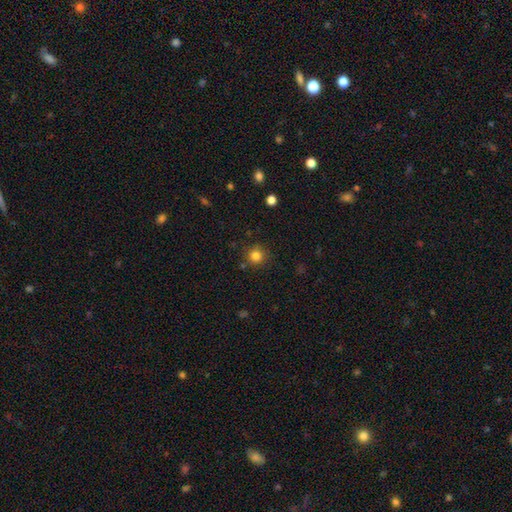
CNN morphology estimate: Smooth or featured?
  - smooth: 82% *
  - star or artifact: 13%
  - featured or disk: 5%
How rounded?
  - round: 94% *
  - in between: 5%
  - cigar-shaped: 1%
Merging?
  - none: 86% *
  - minor disturbance: 8%
  - merger: 4%
  - major disturbance: 3%